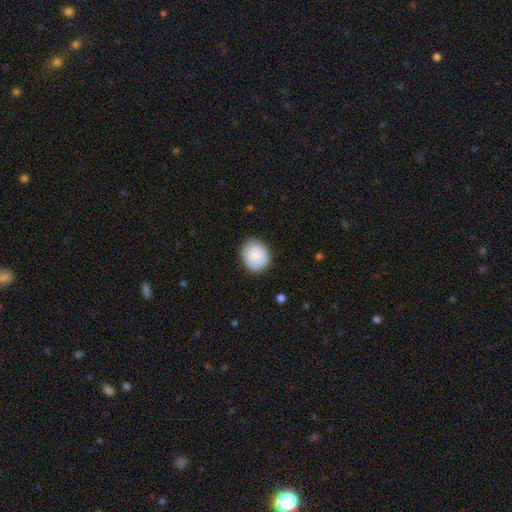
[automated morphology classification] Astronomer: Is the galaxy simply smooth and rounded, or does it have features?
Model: smooth — 86%.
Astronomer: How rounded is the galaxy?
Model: round — 72%.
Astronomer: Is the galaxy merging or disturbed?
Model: none — 84%.